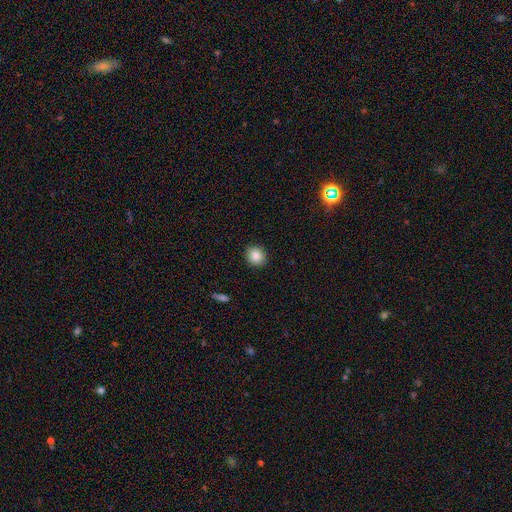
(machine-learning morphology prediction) This is clearly a smooth galaxy (85%). How rounded: likely round (78%). Merging: clearly none (91%).